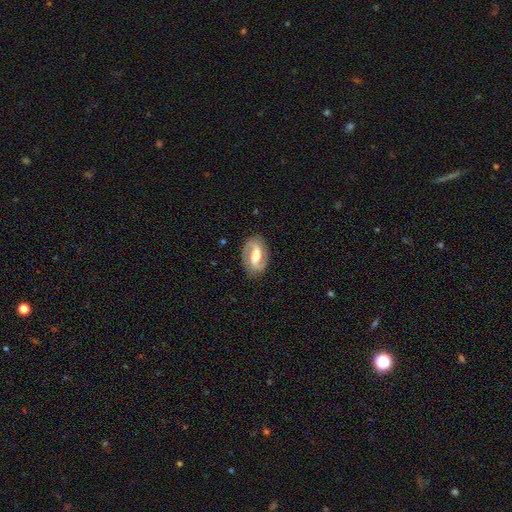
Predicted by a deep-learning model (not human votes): Smooth or featured?
  - featured or disk: 84% *
  - smooth: 11%
  - star or artifact: 5%
Edge-on disk?
  - no: 97% *
  - yes: 3%
Bar?
  - weak: 43% *
  - strong: 38%
  - no: 19%
Spiral arms?
  - yes: 94% *
  - no: 6%
Spiral winding?
  - medium: 50% *
  - tight: 25%
  - loose: 25%
Spiral arm count?
  - 2: 92% *
  - can't tell: 3%
  - 1: 2%
  - 3: 1%
  - 4: 1%
  - more than 4: 1%
Bulge size?
  - moderate: 54% *
  - large: 23%
  - small: 16%
  - none: 4%
  - dominant: 2%
Merging?
  - none: 84% *
  - minor disturbance: 11%
  - major disturbance: 4%
  - merger: 1%